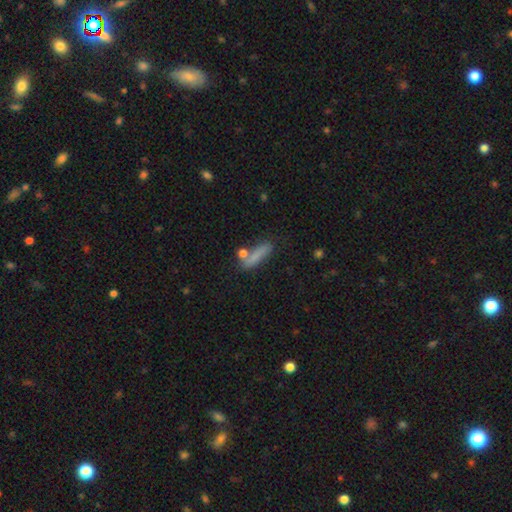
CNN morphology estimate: Q: Smooth or featured?
A: smooth (76%); runner-up: featured or disk (15%)
Q: How rounded?
A: cigar-shaped (71%); runner-up: in between (25%)
Q: Merging?
A: none (66%); runner-up: minor disturbance (17%)